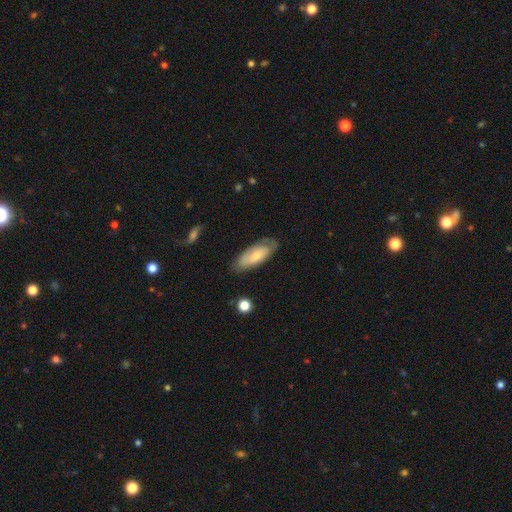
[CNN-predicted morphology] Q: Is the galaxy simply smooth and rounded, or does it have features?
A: smooth — 61%.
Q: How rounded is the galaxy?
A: in between — 75%.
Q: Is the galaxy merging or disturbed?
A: none — 72%.